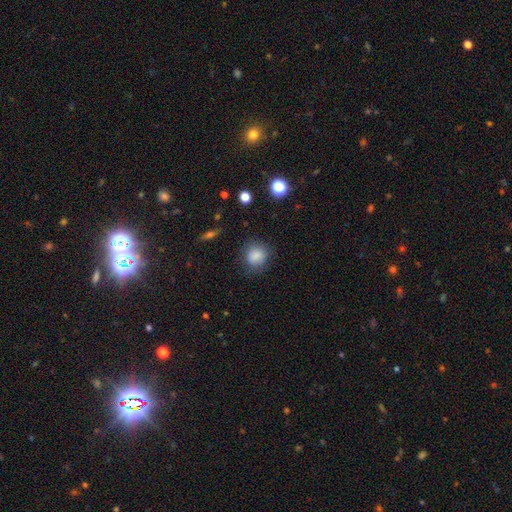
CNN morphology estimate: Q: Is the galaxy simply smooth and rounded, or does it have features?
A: smooth — 84%.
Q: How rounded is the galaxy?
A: round — 78%.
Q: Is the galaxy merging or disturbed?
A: none — 76%.